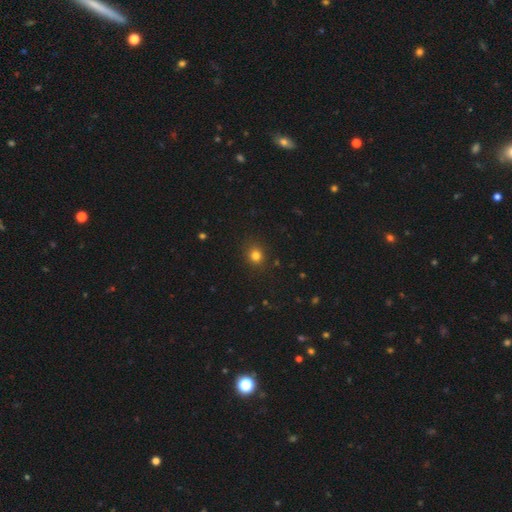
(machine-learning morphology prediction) A smooth galaxy with no disk features (80%) that is round (83%).

Vote fractions:
- Smooth or featured? smooth: 80% / star or artifact: 15% / featured or disk: 5%
- How rounded? round: 83% / in between: 16% / cigar-shaped: 1%
- Merging? none: 89% / minor disturbance: 7% / major disturbance: 2% / merger: 1%